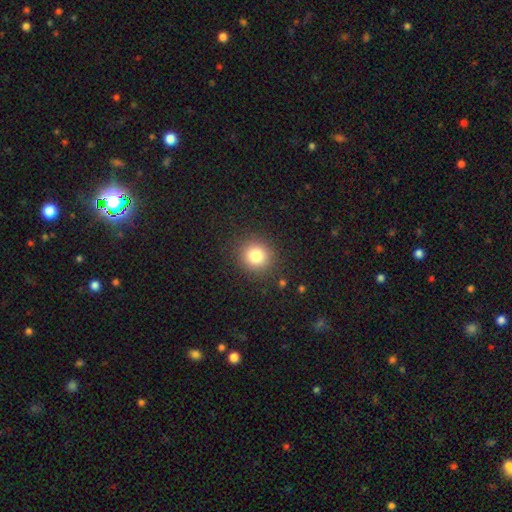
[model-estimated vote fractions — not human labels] This is clearly a smooth galaxy (82%). How rounded: clearly round (90%). Merging: clearly none (89%).